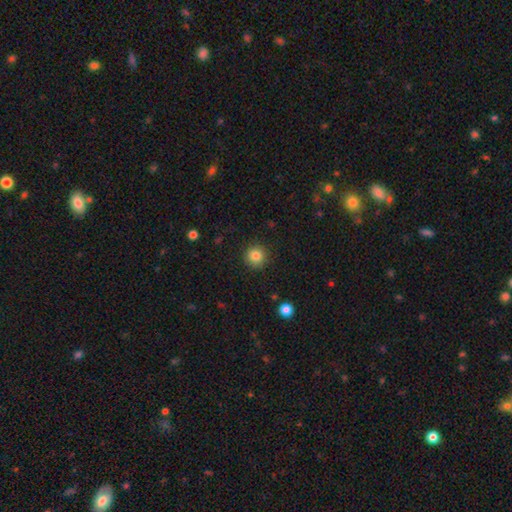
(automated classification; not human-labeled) smooth 83%, star or artifact 11%, featured or disk 6%. Down the decision tree: how rounded — round (95%); merging — none (91%).